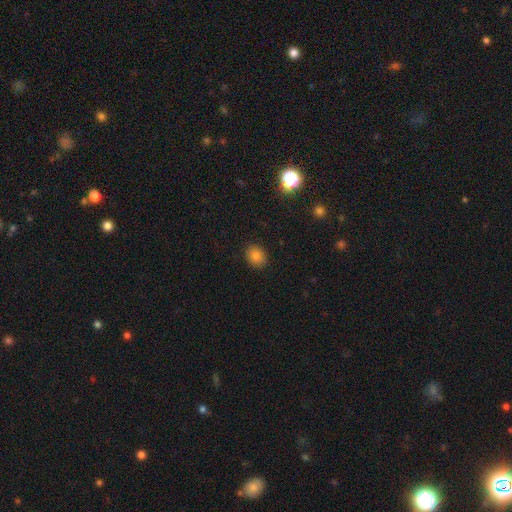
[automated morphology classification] The model was most divided on "how rounded": round: 50%, in between: 49%, cigar-shaped: 1%. More confident: merging — none (88%); smooth or featured — smooth (83%).